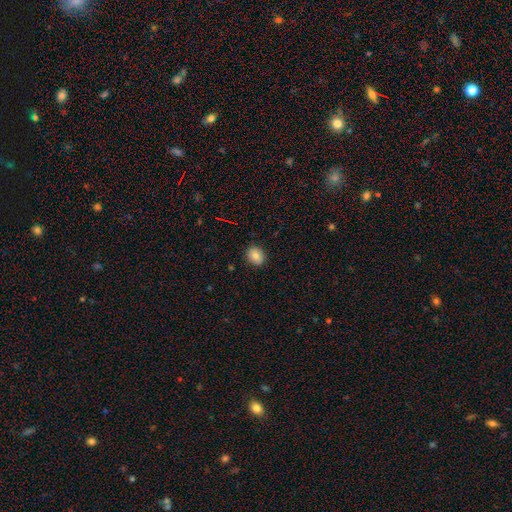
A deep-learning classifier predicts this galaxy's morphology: A smooth galaxy with no disk features (83%) that is round (68%).

Vote fractions:
- Smooth or featured? smooth: 83% / star or artifact: 10% / featured or disk: 7%
- How rounded? round: 68% / in between: 31% / cigar-shaped: 1%
- Merging? none: 89% / minor disturbance: 8% / major disturbance: 2% / merger: 1%